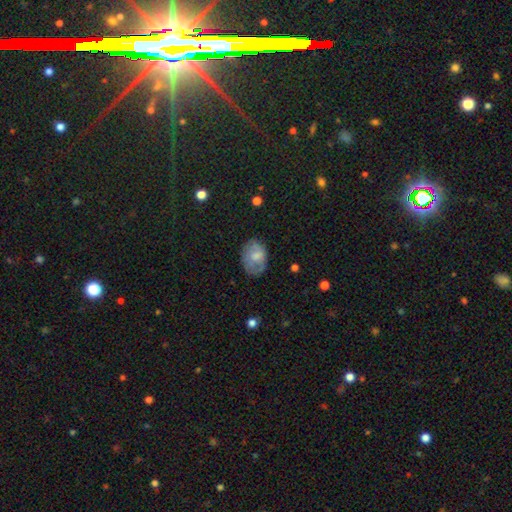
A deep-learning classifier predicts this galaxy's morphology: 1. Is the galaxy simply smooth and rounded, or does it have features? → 64% smooth, 28% featured or disk, 8% star or artifact.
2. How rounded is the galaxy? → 76% in between, 23% round, 1% cigar-shaped.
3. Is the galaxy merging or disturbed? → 64% none, 25% minor disturbance, 9% major disturbance, 1% merger.